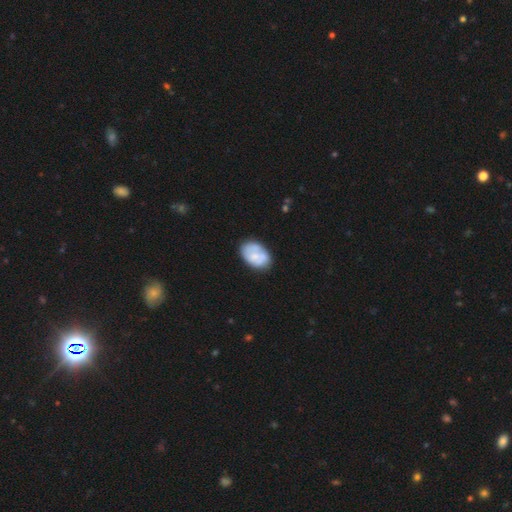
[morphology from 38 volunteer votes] smooth_or_featured: smooth (p=0.66) [alt: featured or disk p=0.26]
how_rounded: in between (p=0.88) [alt: round p=0.12]
merging: none (p=0.54) [alt: minor disturbance p=0.20]